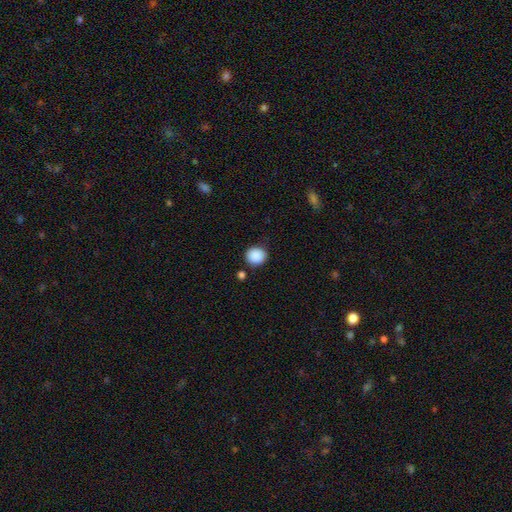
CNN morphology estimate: Smooth or featured? smooth (89%)
How rounded? round (85%)
Merging? none (85%)